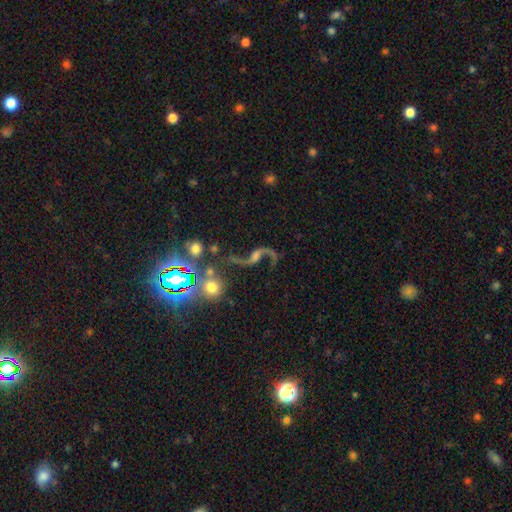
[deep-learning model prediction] Smooth or featured?
  - featured or disk: 86% *
  - star or artifact: 8%
  - smooth: 6%
Edge-on disk?
  - no: 96% *
  - yes: 4%
Bar?
  - no: 51% *
  - weak: 35%
  - strong: 15%
Spiral arms?
  - yes: 96% *
  - no: 4%
Spiral winding?
  - loose: 93% *
  - medium: 5%
  - tight: 2%
Spiral arm count?
  - 2: 92% *
  - 1: 3%
  - can't tell: 1%
  - 3: 1%
  - 4: 1%
  - more than 4: 1%
Bulge size?
  - small: 31% *
  - moderate: 30%
  - none: 25%
  - large: 10%
  - dominant: 3%
Merging?
  - none: 68% *
  - minor disturbance: 13%
  - major disturbance: 12%
  - merger: 7%